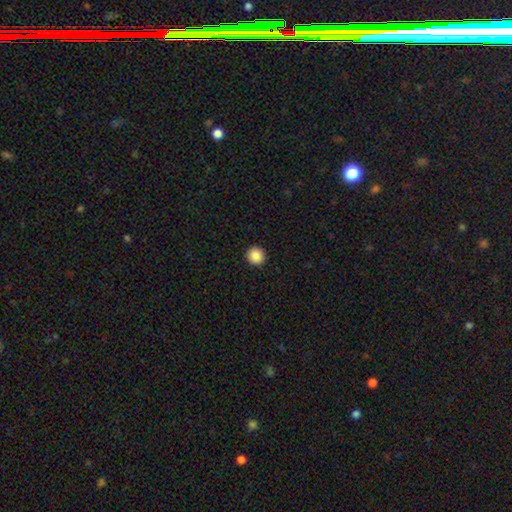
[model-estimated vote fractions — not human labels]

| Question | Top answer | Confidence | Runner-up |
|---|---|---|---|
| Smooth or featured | smooth | 88% | star or artifact (9%) |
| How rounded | round | 95% | in between (4%) |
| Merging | none | 94% | minor disturbance (4%) |